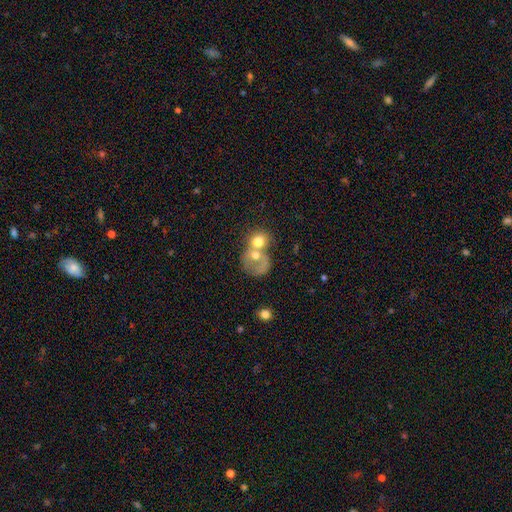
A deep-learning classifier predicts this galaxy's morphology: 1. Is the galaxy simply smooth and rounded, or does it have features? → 62% smooth, 28% featured or disk, 10% star or artifact.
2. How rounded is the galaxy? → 69% round, 30% in between, 1% cigar-shaped.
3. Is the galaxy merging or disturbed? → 69% merger, 17% none, 8% major disturbance, 6% minor disturbance.